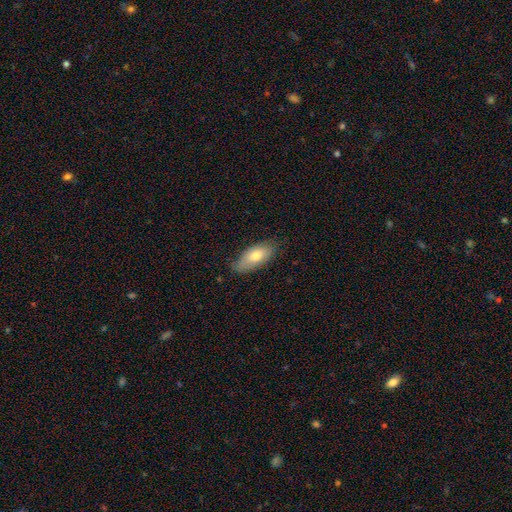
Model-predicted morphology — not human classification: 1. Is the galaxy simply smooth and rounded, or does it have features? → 73% smooth, 21% featured or disk, 6% star or artifact.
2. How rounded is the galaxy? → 84% in between, 14% cigar-shaped, 3% round.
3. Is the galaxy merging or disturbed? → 76% none, 19% minor disturbance, 3% major disturbance, 1% merger.